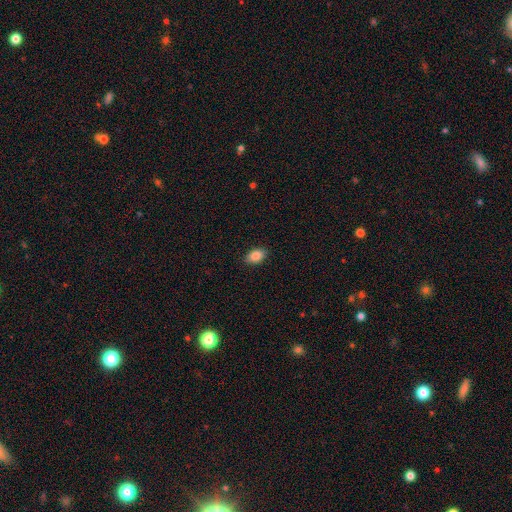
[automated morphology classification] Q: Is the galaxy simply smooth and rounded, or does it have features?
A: smooth — 87%.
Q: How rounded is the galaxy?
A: in between — 88%.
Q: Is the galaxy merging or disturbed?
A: none — 88%.